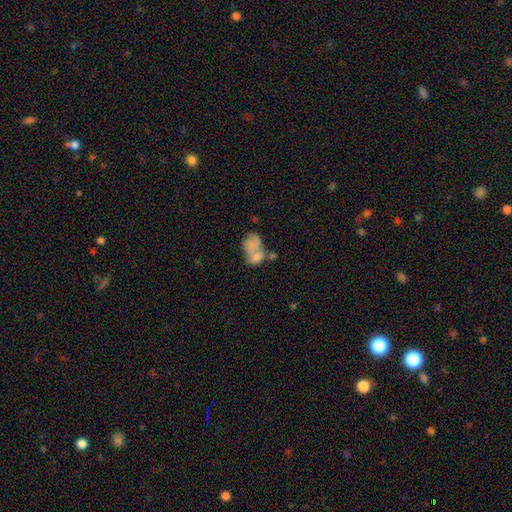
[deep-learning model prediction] Q: Smooth or featured?
A: smooth (65%); runner-up: featured or disk (25%)
Q: How rounded?
A: in between (74%); runner-up: round (24%)
Q: Merging?
A: merger (60%); runner-up: none (17%)